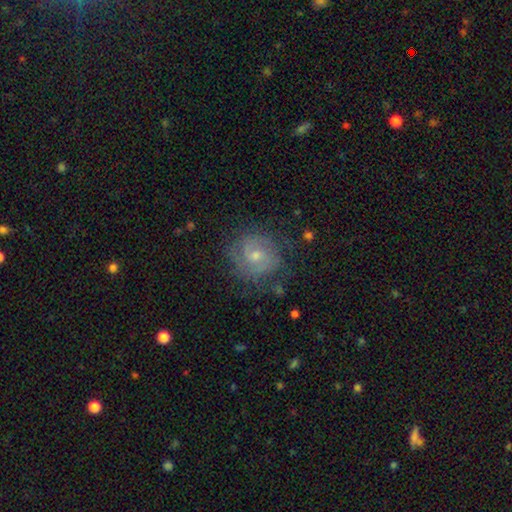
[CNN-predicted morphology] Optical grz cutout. It shows a featured or disk galaxy (68%) with no bar (61%), 2 (47%) tight (59%) spiral arms (87%) and a moderate central bulge (49%). Merging: none (74%).